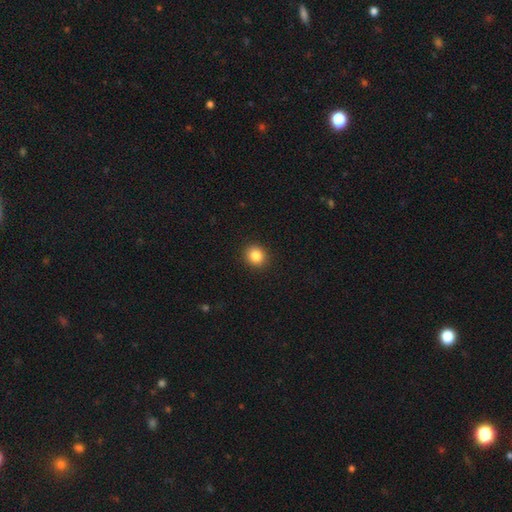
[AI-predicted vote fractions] Smooth or featured: smooth — 84% (star or artifact — 10%)
How rounded: round — 83% (in between — 16%)
Merging: none — 92% (minor disturbance — 5%)